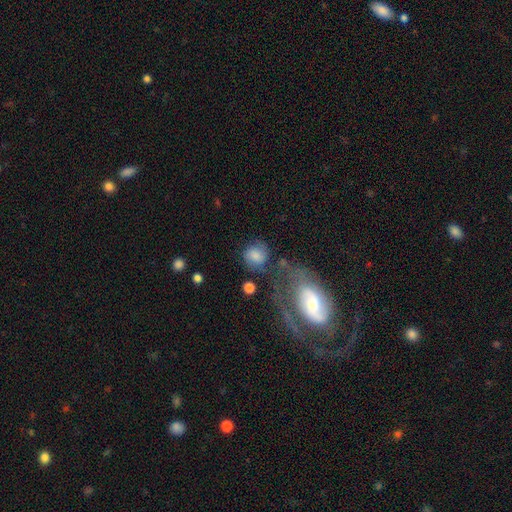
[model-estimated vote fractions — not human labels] A smooth galaxy with no disk features (65%) that is round (77%).

Vote fractions:
- Smooth or featured? smooth: 65% / featured or disk: 26% / star or artifact: 9%
- How rounded? round: 77% / in between: 22% / cigar-shaped: 1%
- Merging? none: 57% / minor disturbance: 19% / major disturbance: 13% / merger: 11%